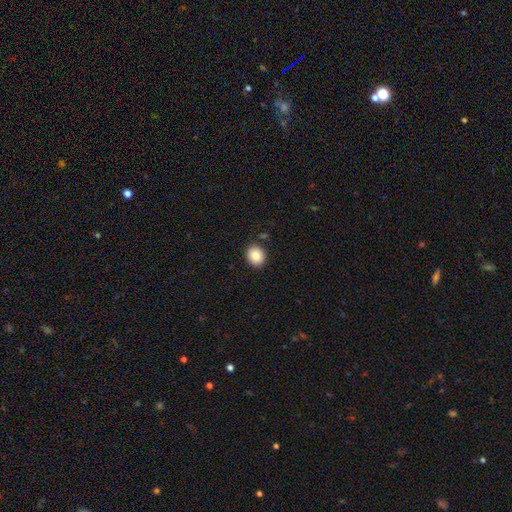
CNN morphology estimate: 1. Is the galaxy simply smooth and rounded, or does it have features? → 83% smooth, 9% star or artifact, 8% featured or disk.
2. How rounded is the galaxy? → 73% round, 26% in between, 1% cigar-shaped.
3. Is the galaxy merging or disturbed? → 89% none, 7% minor disturbance, 2% merger, 2% major disturbance.